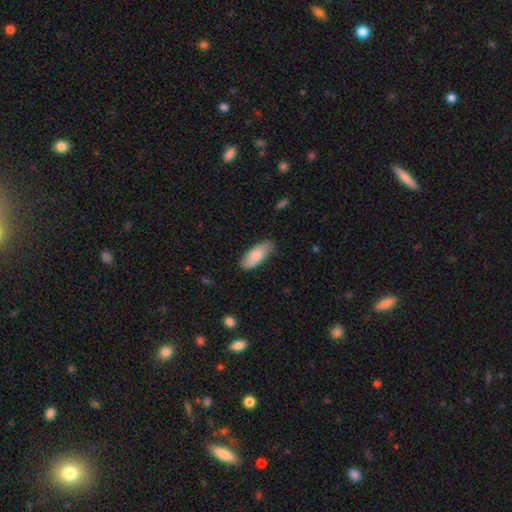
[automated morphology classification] smooth 72%, featured or disk 22%, star or artifact 6%. Down the decision tree: how rounded — in between (81%); merging — none (75%).